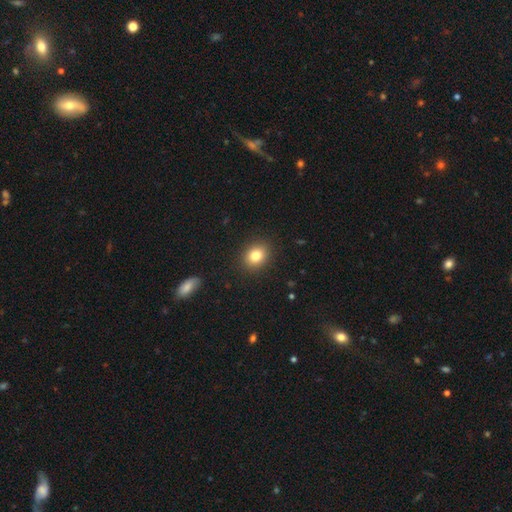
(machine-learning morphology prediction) Smooth or featured? smooth (81%)
How rounded? round (60%)
Merging? none (90%)